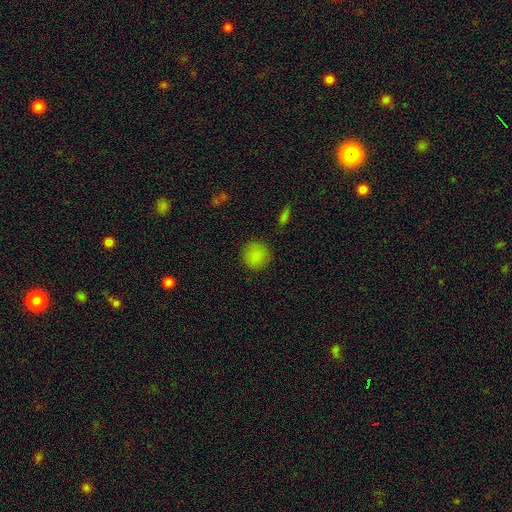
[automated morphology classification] Smooth or featured? smooth (85%)
How rounded? round (91%)
Merging? none (87%)